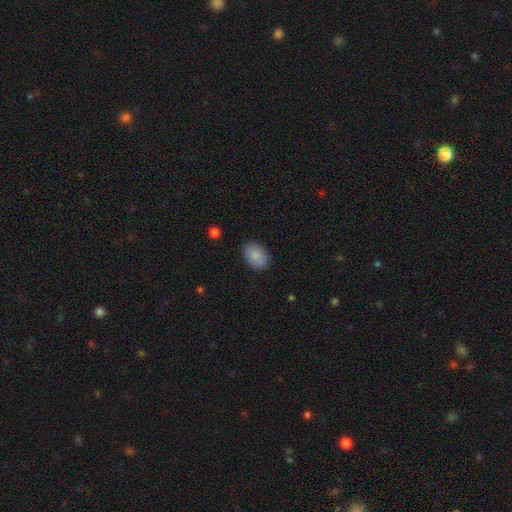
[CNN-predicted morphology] Smooth or featured?
  - smooth: 87% *
  - featured or disk: 7%
  - star or artifact: 7%
How rounded?
  - in between: 84% *
  - round: 15%
  - cigar-shaped: 1%
Merging?
  - none: 86% *
  - minor disturbance: 11%
  - major disturbance: 2%
  - merger: 1%